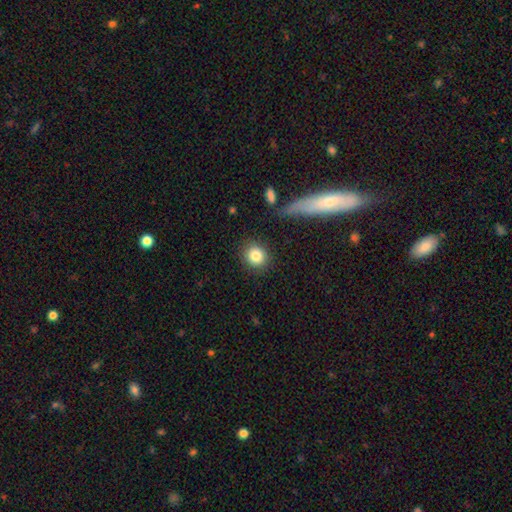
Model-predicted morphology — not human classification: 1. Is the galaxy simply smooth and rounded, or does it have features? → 84% smooth, 9% star or artifact, 7% featured or disk.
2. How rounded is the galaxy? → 84% round, 14% in between, 1% cigar-shaped.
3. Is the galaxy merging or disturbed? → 87% none, 8% minor disturbance, 3% major disturbance, 2% merger.